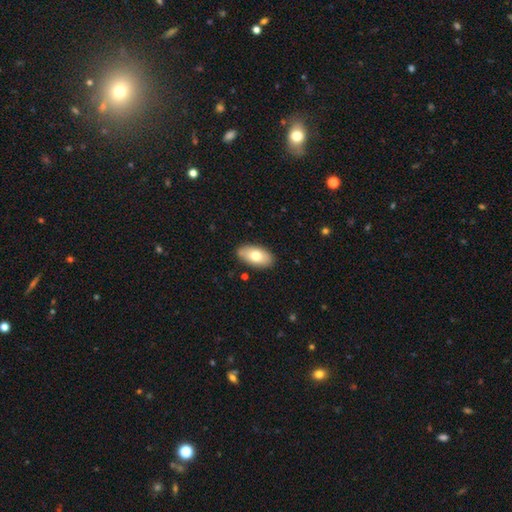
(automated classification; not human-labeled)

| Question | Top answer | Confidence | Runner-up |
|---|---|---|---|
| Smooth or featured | smooth | 73% | featured or disk (21%) |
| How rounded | in between | 93% | round (4%) |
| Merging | none | 86% | minor disturbance (10%) |